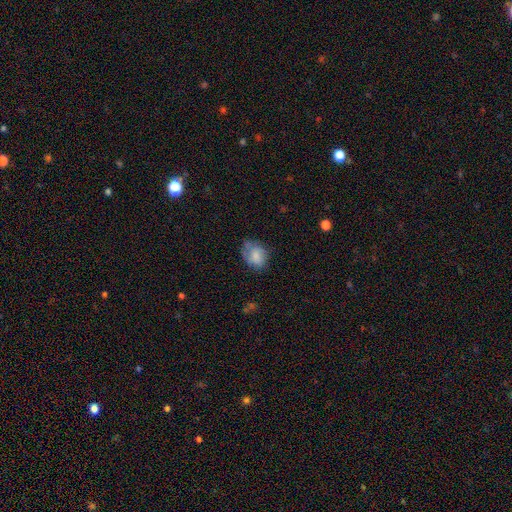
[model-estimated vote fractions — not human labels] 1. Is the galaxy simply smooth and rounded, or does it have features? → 73% smooth, 19% featured or disk, 8% star or artifact.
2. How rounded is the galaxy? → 59% in between, 40% round, 1% cigar-shaped.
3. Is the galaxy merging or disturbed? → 51% none, 32% minor disturbance, 14% major disturbance, 3% merger.